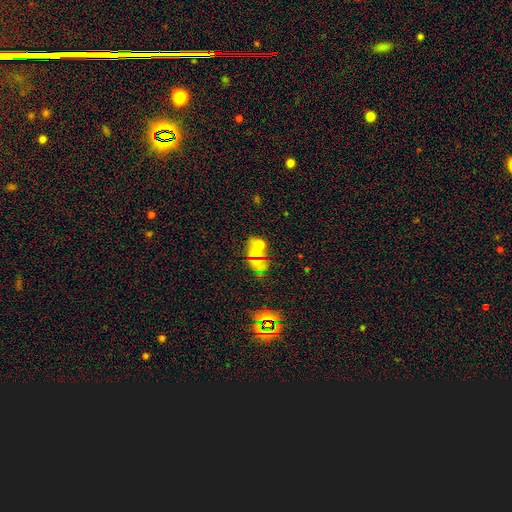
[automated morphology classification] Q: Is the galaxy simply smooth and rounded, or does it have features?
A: smooth — 52%.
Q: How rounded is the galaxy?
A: in between — 69%.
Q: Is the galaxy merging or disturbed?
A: none — 56%.